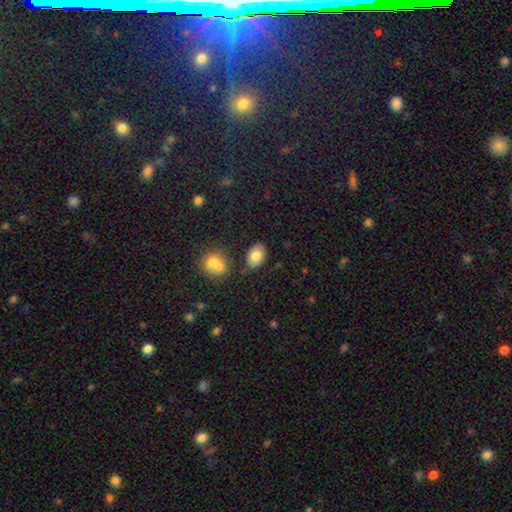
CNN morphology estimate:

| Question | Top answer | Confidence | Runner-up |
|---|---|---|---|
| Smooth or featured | smooth | 80% | featured or disk (12%) |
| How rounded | in between | 85% | round (14%) |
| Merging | none | 81% | minor disturbance (11%) |